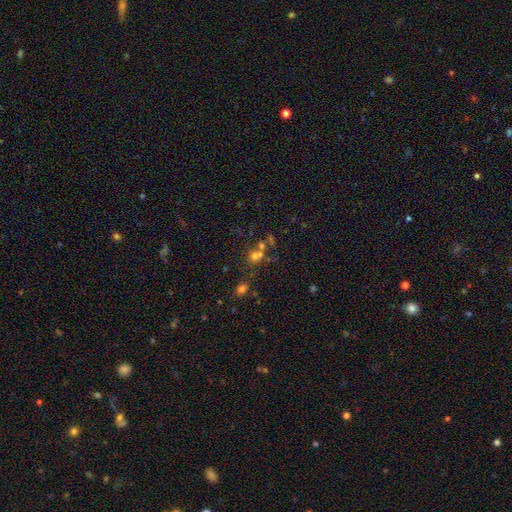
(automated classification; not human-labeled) smooth_or_featured: smooth (p=0.58) [alt: star or artifact p=0.26]
how_rounded: round (p=0.77) [alt: in between p=0.22]
merging: none (p=0.44) [alt: merger p=0.41]